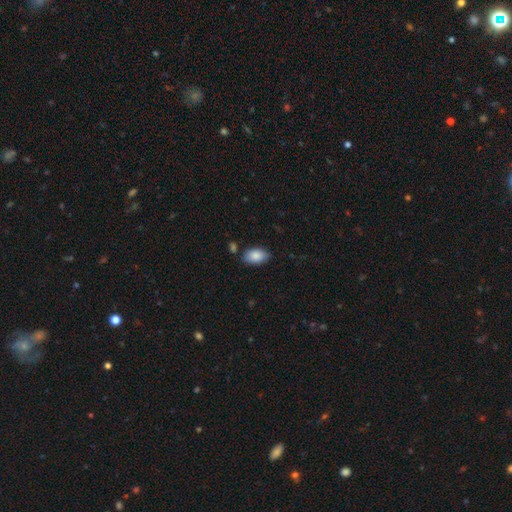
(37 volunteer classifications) Q: Smooth or featured?
A: smooth (81%); runner-up: featured or disk (11%)
Q: How rounded?
A: in between (93%); runner-up: round (7%)
Q: Merging?
A: none (82%); runner-up: minor disturbance (12%)